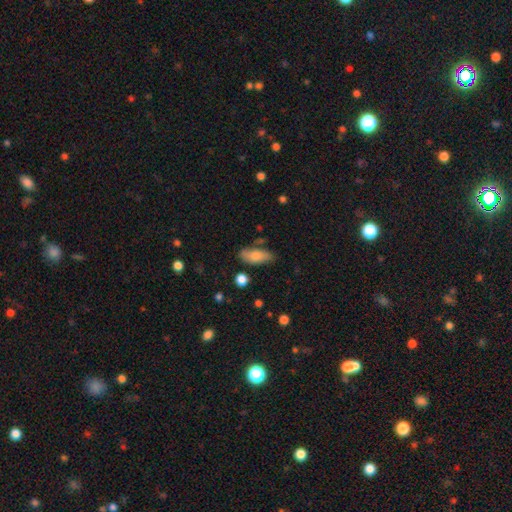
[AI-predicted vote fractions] Smooth or featured: smooth — 79% (featured or disk — 14%)
How rounded: in between — 80% (cigar-shaped — 17%)
Merging: none — 68% (minor disturbance — 22%)